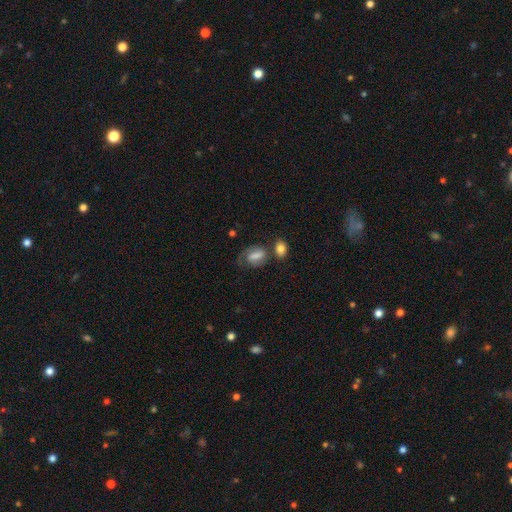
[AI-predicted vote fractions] smooth-or-featured: smooth: 63% | featured or disk: 28% | star or artifact: 9%
  how-rounded: in between: 78% | round: 19% | cigar-shaped: 4%
  merging: none: 45% | minor disturbance: 24% | merger: 16% | major disturbance: 15%